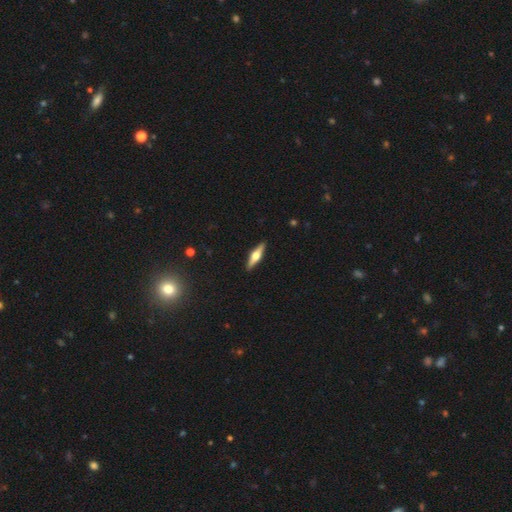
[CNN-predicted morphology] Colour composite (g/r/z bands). It shows a featured or disk galaxy (67%) viewed edge-on (97%) with a rounded central bulge (95%). Merging: none (91%).